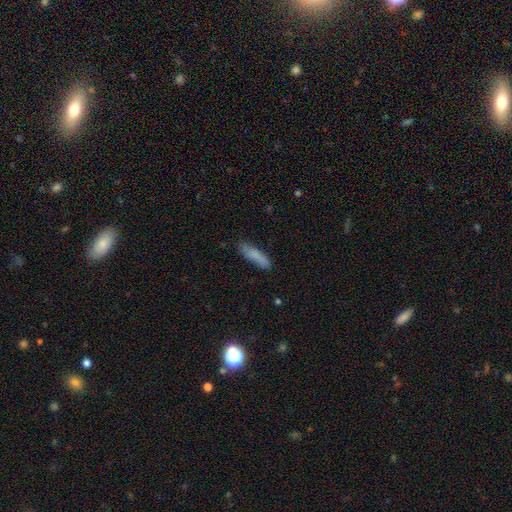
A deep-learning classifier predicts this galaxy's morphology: Smooth or featured? Predicted: smooth (p=0.80). How rounded? Predicted: cigar-shaped (p=0.72). Merging? Predicted: none (p=0.75).